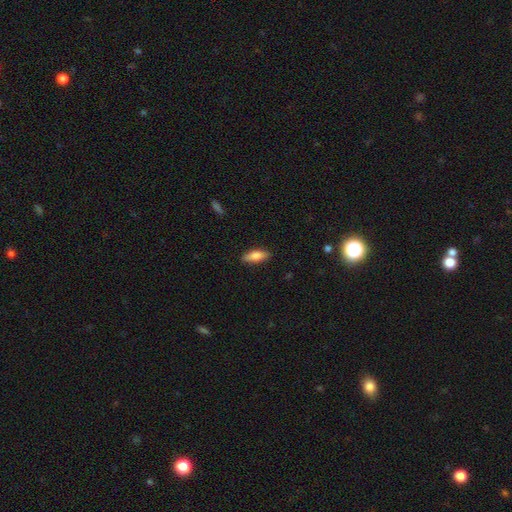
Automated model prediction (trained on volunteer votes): smooth_or_featured: smooth (p=0.82) [alt: featured or disk p=0.11]
how_rounded: in between (p=0.73) [alt: cigar-shaped p=0.25]
merging: none (p=0.87) [alt: minor disturbance p=0.10]